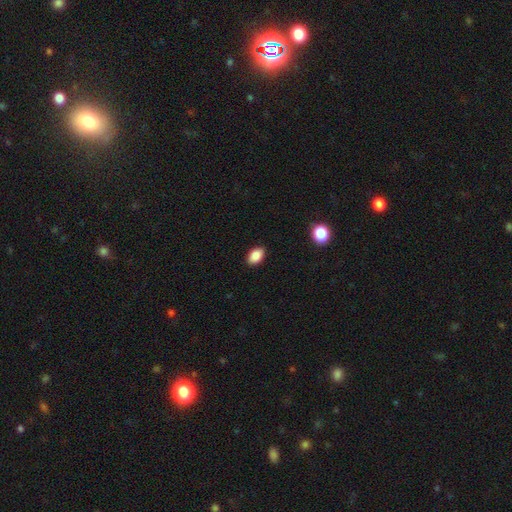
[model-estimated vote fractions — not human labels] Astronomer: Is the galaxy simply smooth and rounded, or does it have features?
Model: smooth — 88%.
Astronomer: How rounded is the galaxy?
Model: in between — 88%.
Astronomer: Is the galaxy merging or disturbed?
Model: none — 89%.